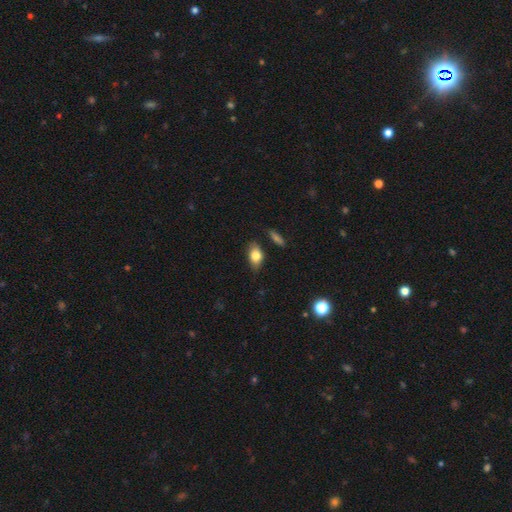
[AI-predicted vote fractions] smooth-or-featured: smooth: 78% | featured or disk: 15% | star or artifact: 8%
  how-rounded: in between: 85% | round: 9% | cigar-shaped: 6%
  merging: none: 77% | minor disturbance: 17% | major disturbance: 3% | merger: 3%